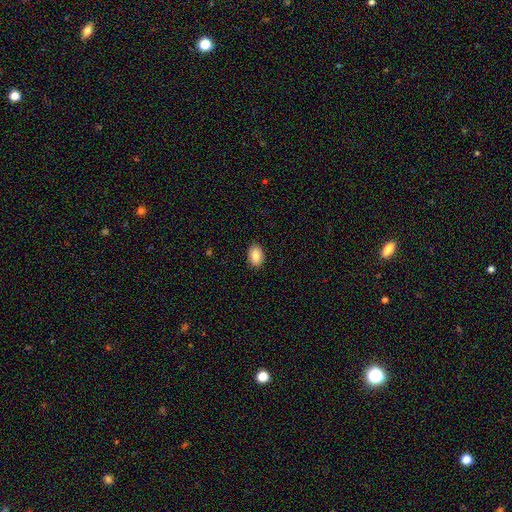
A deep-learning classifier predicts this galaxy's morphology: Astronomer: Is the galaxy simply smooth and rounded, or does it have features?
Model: smooth — 86%.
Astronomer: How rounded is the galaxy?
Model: in between — 86%.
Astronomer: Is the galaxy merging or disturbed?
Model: none — 89%.